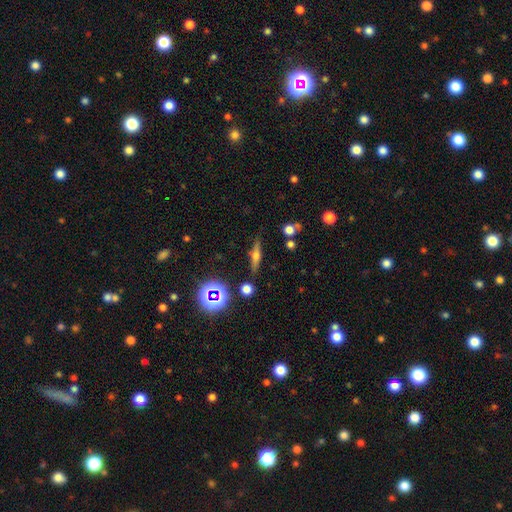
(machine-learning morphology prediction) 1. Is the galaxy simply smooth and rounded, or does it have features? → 52% featured or disk, 34% smooth, 14% star or artifact.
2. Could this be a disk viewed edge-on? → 93% yes, 7% no.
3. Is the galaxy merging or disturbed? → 83% none, 11% minor disturbance, 3% merger, 3% major disturbance.